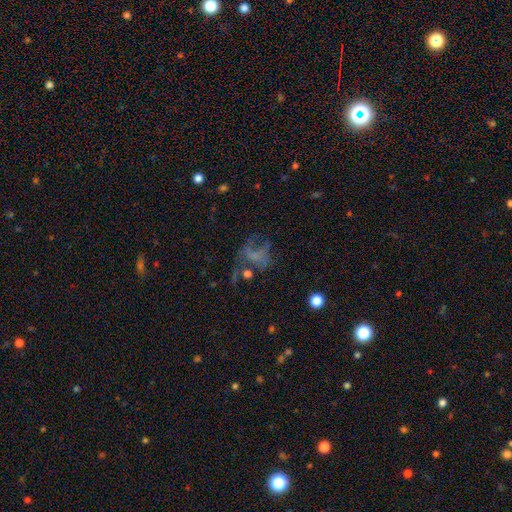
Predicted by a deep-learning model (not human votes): A featured or disk galaxy (45%). Merging: major disturbance (43%).